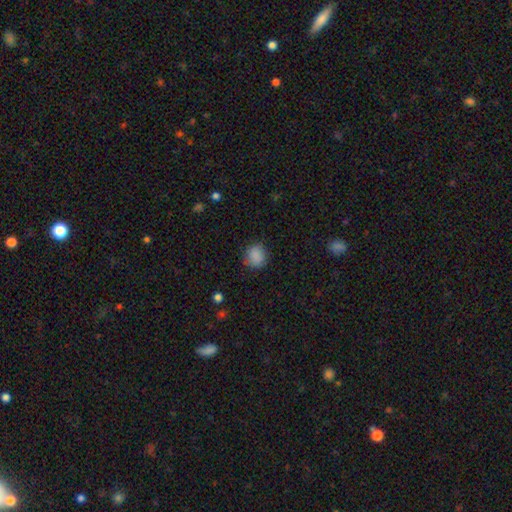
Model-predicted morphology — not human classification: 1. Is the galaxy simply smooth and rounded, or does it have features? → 86% smooth, 9% star or artifact, 4% featured or disk.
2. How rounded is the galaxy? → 81% round, 18% in between, 1% cigar-shaped.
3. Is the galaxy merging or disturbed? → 83% none, 13% minor disturbance, 3% major disturbance, 1% merger.